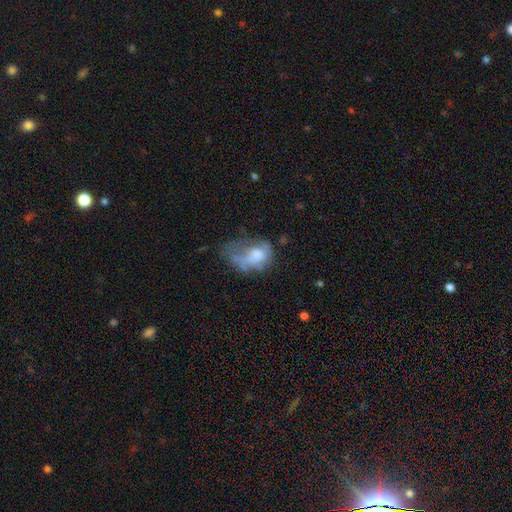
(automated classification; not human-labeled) smooth 49%, featured or disk 42%, star or artifact 9%. Down the decision tree: merging — major disturbance (51%).